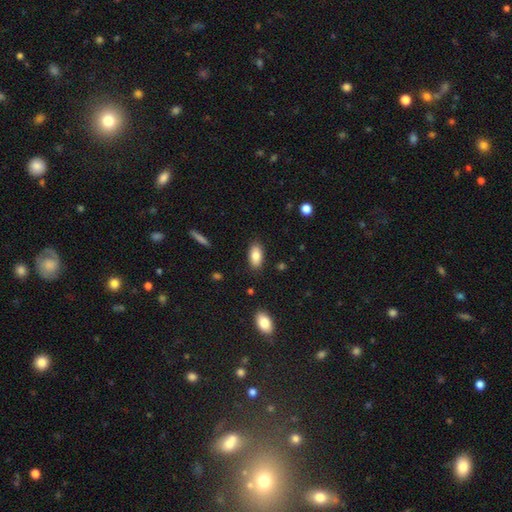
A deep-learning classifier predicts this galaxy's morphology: Smooth or featured: smooth — 84% (featured or disk — 9%)
How rounded: in between — 91% (cigar-shaped — 6%)
Merging: none — 86% (minor disturbance — 10%)